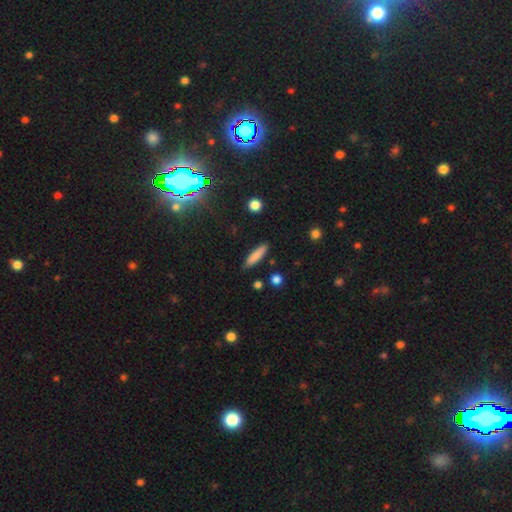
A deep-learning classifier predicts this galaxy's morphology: smooth-or-featured: smooth: 81% | featured or disk: 12% | star or artifact: 7%
  how-rounded: cigar-shaped: 81% | in between: 17% | round: 2%
  merging: none: 85% | minor disturbance: 10% | merger: 2% | major disturbance: 2%